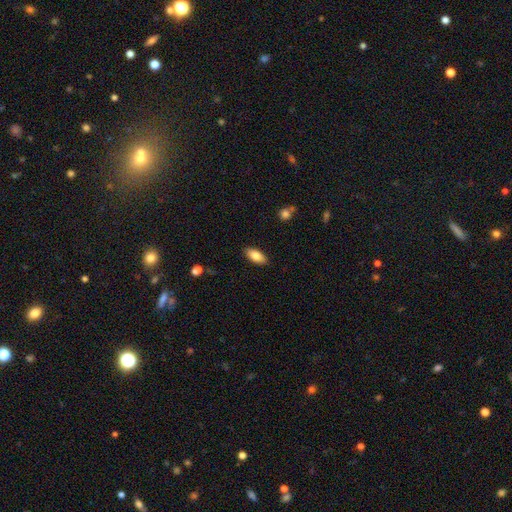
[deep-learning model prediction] This appears to be a smooth galaxy with no disk features (83%) that is in between round and cigar-shaped (88%). Merging: none (88%).